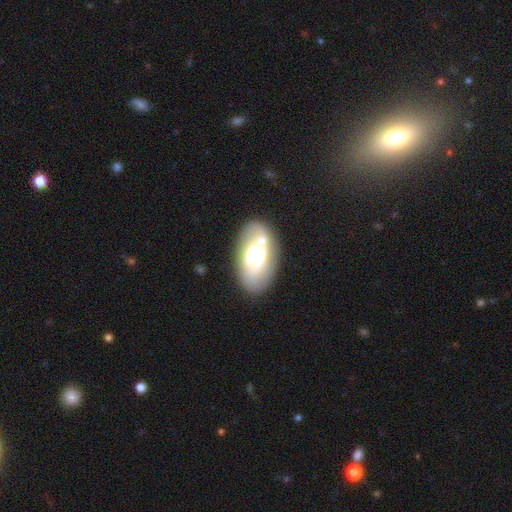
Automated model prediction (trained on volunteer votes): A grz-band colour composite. It shows a featured or disk galaxy (47%). Merging: none (57%).